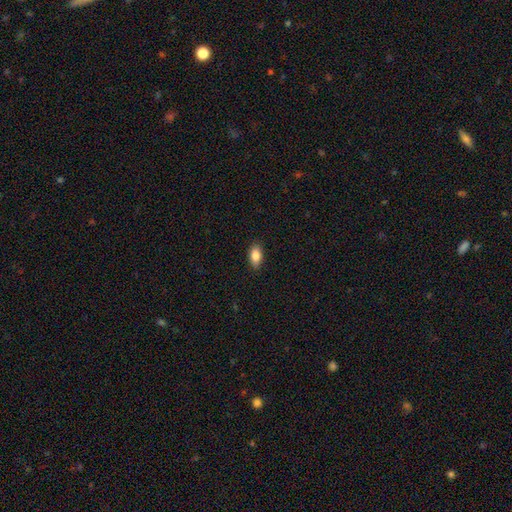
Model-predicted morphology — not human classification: Q: Smooth or featured?
A: smooth (85%); runner-up: star or artifact (7%)
Q: How rounded?
A: in between (89%); runner-up: cigar-shaped (5%)
Q: Merging?
A: none (87%); runner-up: minor disturbance (10%)